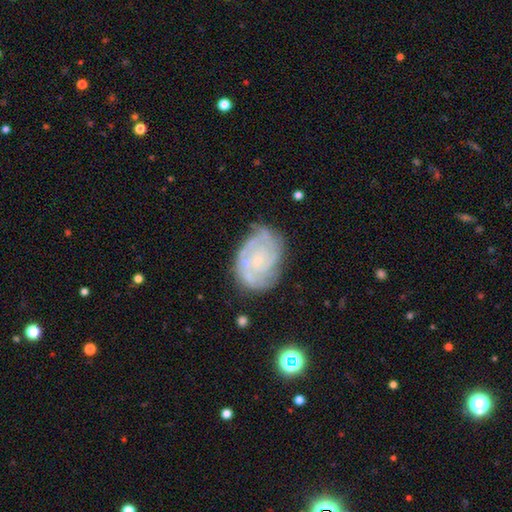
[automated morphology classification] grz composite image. It shows a featured or disk galaxy (68%) with no bar (71%), tight (61%) spiral arms (88%) and a small central bulge (73%). Merging: none (74%).